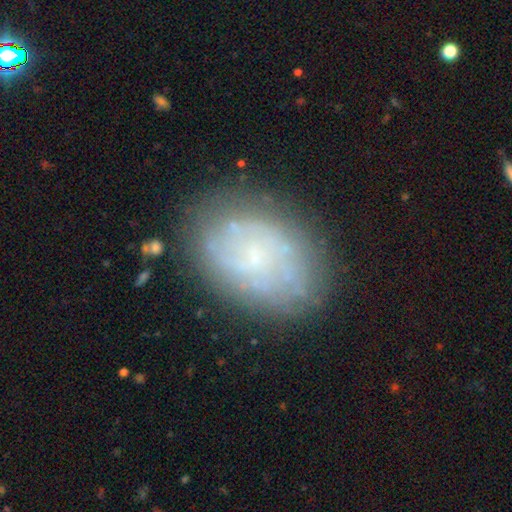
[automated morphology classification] featured or disk 54%, smooth 36%, star or artifact 10%. Down the decision tree: edge-on disk — no (97%); bar — no (78%); spiral arms — yes (59%); bulge size — small (57%); merging — none (72%).